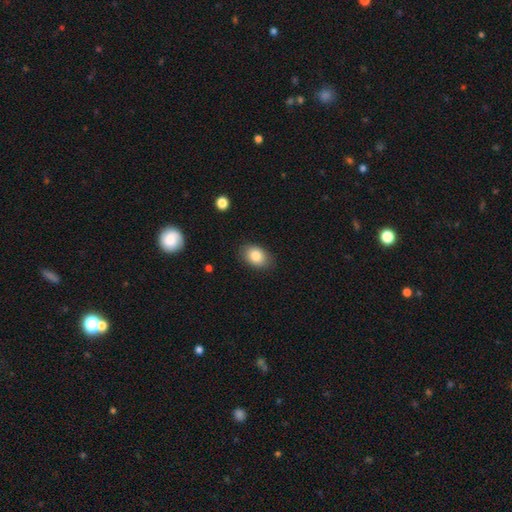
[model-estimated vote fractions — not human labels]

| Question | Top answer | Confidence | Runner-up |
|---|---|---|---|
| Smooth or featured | smooth | 85% | star or artifact (8%) |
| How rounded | in between | 80% | round (19%) |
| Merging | none | 84% | minor disturbance (12%) |